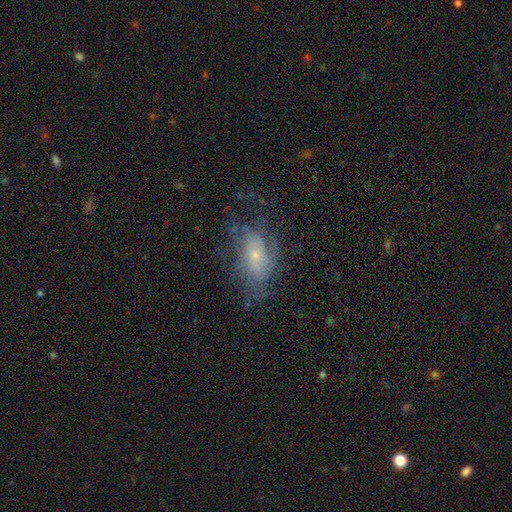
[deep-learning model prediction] A featured or disk galaxy (59%) with no bar (76%), spiral arms (68%) and a small central bulge (73%).

Vote fractions:
- Smooth or featured? featured or disk: 59% / smooth: 31% / star or artifact: 10%
- Edge-on disk? no: 94% / yes: 6%
- Bar? no: 76% / weak: 20% / strong: 4%
- Spiral arms? yes: 68% / no: 32%
- Bulge size? small: 73% / moderate: 20% / none: 4% / large: 2% / dominant: 1%
- Merging? none: 52% / minor disturbance: 24% / major disturbance: 23% / merger: 2%